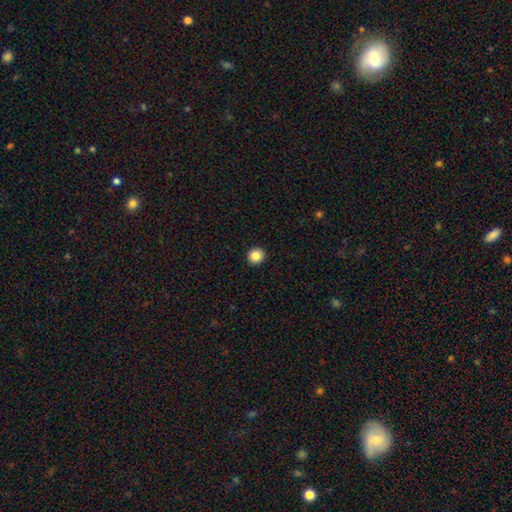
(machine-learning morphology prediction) smooth-or-featured: smooth: 86% | star or artifact: 10% | featured or disk: 4%
  how-rounded: round: 93% | in between: 6% | cigar-shaped: 1%
  merging: none: 94% | minor disturbance: 4% | major disturbance: 1% | merger: 1%